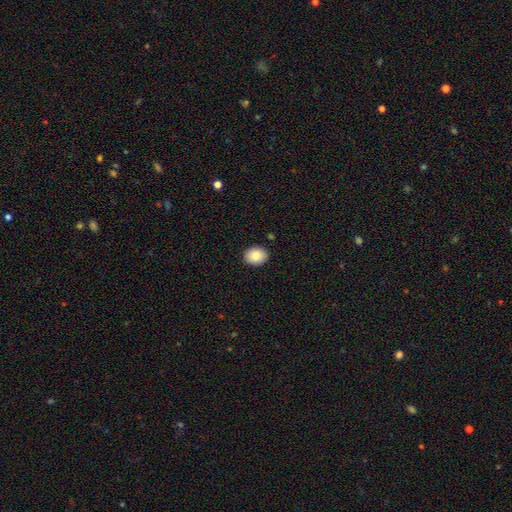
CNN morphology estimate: Overall: smooth (86%). How rounded: round (52%; in between 47%). Merging: none (90%).